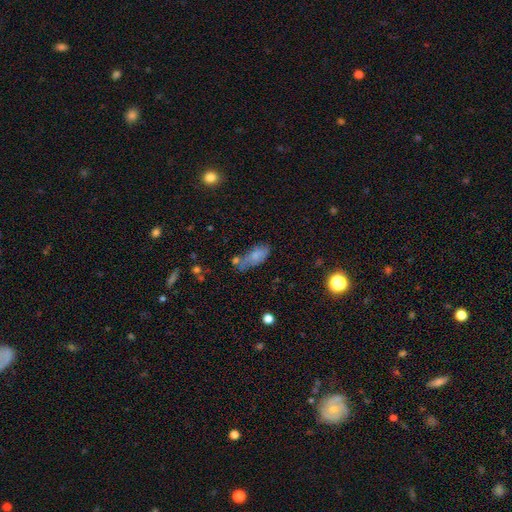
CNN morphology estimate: The model was most divided on "merging": none: 40%, minor disturbance: 28%, merger: 17%, major disturbance: 15%. More confident: how rounded — in between (82%); smooth or featured — smooth (70%).